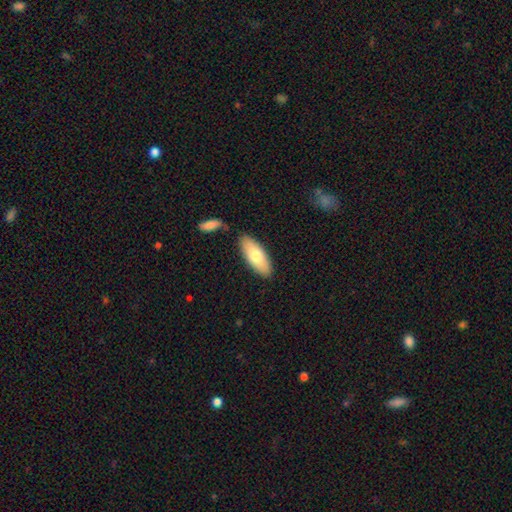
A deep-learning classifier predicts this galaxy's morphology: Smooth or featured?
  - smooth: 73% *
  - featured or disk: 21%
  - star or artifact: 6%
How rounded?
  - in between: 80% *
  - cigar-shaped: 18%
  - round: 2%
Merging?
  - none: 82% *
  - minor disturbance: 11%
  - merger: 5%
  - major disturbance: 2%